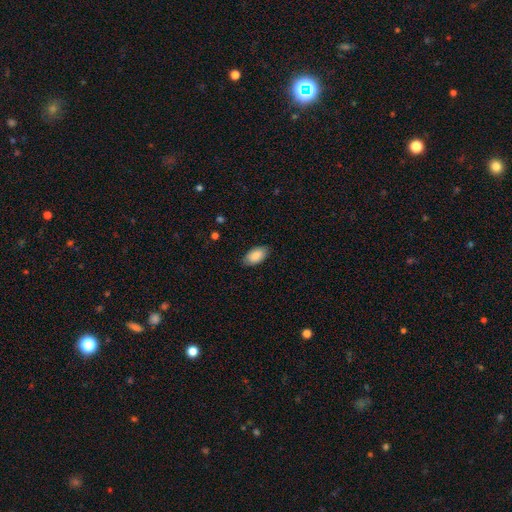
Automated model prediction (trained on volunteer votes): A smooth galaxy with no disk features (88%) that is in between round and cigar-shaped (95%). Merging: none (84%).